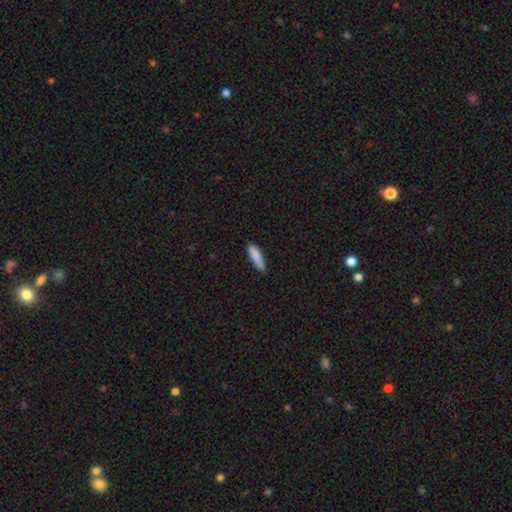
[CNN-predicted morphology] A smooth galaxy with no disk features (86%) that is cigar-shaped (76%). Merging: none (79%).